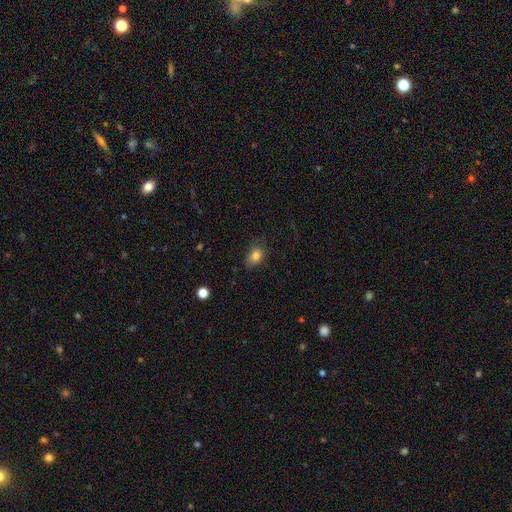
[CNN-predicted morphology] smooth-or-featured: smooth: 82% | star or artifact: 11% | featured or disk: 7%
  how-rounded: in between: 64% | round: 35% | cigar-shaped: 1%
  merging: none: 75% | minor disturbance: 19% | major disturbance: 4% | merger: 1%